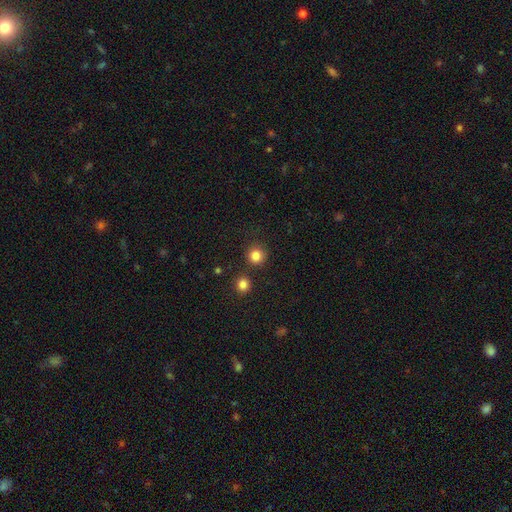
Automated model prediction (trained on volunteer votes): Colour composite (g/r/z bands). It shows a smooth galaxy with no disk features (83%) that is round (93%). Merging: none (84%).